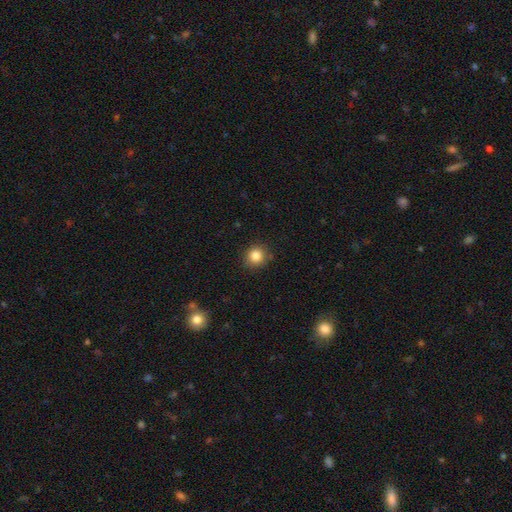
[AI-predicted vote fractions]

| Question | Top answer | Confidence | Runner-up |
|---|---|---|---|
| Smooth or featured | smooth | 84% | star or artifact (11%) |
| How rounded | round | 89% | in between (10%) |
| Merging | none | 87% | minor disturbance (9%) |